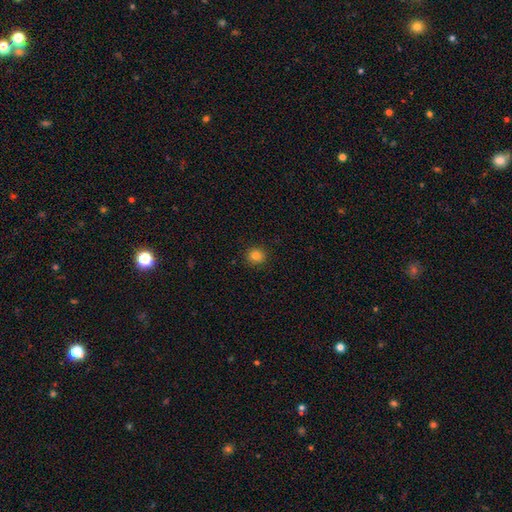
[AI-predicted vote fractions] A smooth galaxy with no disk features (83%) that is round (91%). Merging: none (91%).